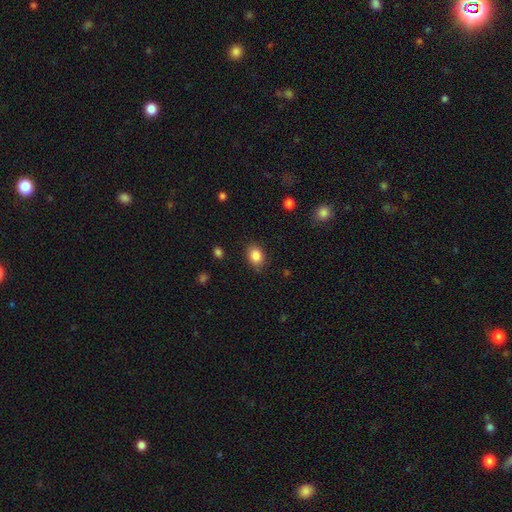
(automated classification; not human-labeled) Morphology: type=smooth (86%); roundness=in between (65%); merging=none (84%).